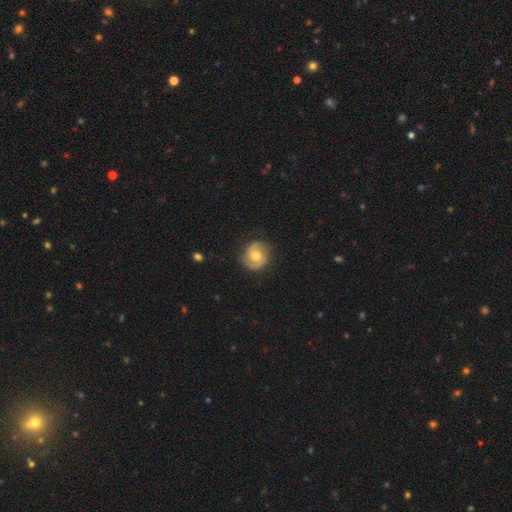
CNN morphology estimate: Overall: featured or disk (66%; smooth 27%). Edge-on disk: no (97%). Bar: no (59%; weak 33%). Spiral arms: yes (88%). Spiral arm count: 2 (87%). Spiral winding: medium (46%; tight 31%). Bulge size: moderate (73%). Merging: none (79%).